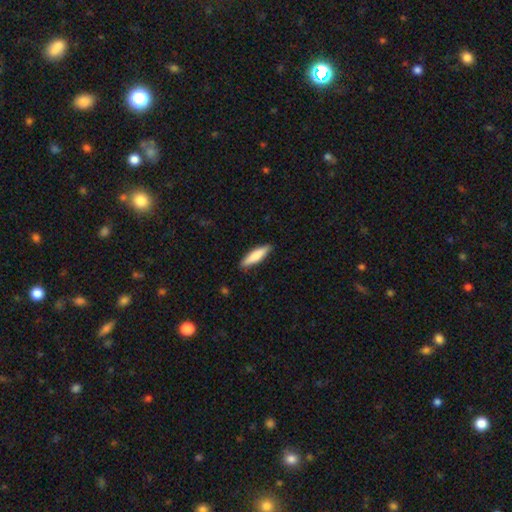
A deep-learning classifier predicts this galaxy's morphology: This is likely a smooth galaxy (78%). How rounded: likely cigar-shaped (71%). Merging: clearly none (87%).